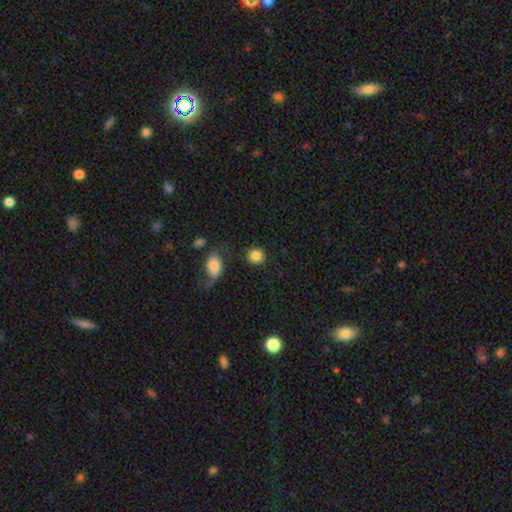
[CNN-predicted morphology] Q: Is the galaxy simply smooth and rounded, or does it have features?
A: smooth — 85%.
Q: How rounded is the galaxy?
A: round — 85%.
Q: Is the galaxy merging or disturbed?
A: none — 78%.